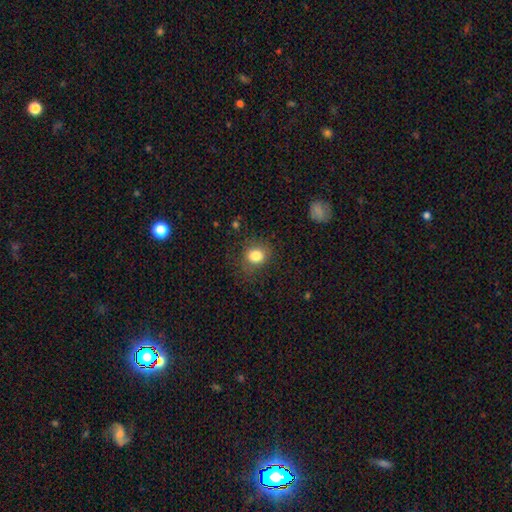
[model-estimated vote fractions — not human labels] Smooth or featured? smooth (82%)
How rounded? round (68%)
Merging? none (76%)